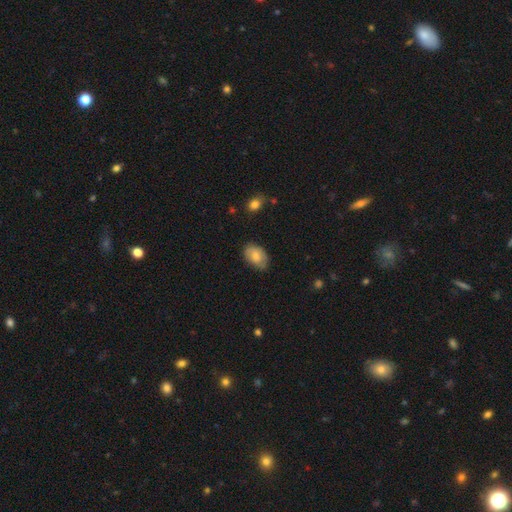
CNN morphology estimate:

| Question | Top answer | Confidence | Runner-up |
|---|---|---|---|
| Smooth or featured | smooth | 72% | featured or disk (21%) |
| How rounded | in between | 88% | round (11%) |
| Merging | none | 73% | minor disturbance (22%) |